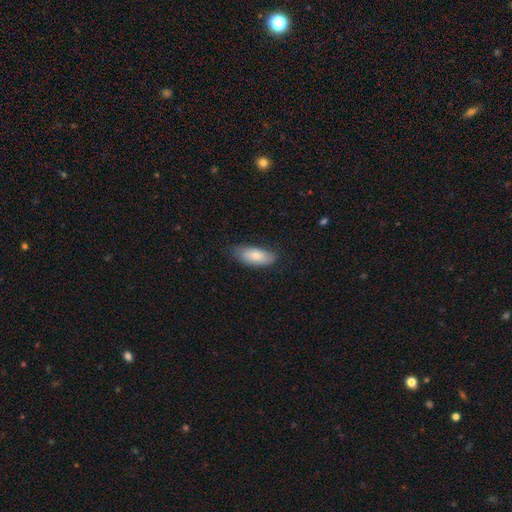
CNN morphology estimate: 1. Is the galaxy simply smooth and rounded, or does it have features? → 80% smooth, 14% featured or disk, 6% star or artifact.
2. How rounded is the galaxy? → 82% in between, 16% cigar-shaped, 2% round.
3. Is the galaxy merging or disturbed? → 72% none, 23% minor disturbance, 4% major disturbance, 1% merger.